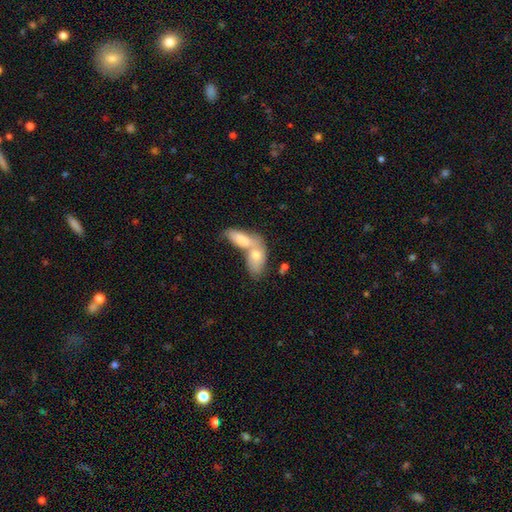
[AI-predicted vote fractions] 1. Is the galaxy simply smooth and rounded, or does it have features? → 71% smooth, 24% featured or disk, 6% star or artifact.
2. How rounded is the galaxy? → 87% in between, 8% cigar-shaped, 4% round.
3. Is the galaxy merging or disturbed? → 68% merger, 20% none, 7% minor disturbance, 4% major disturbance.